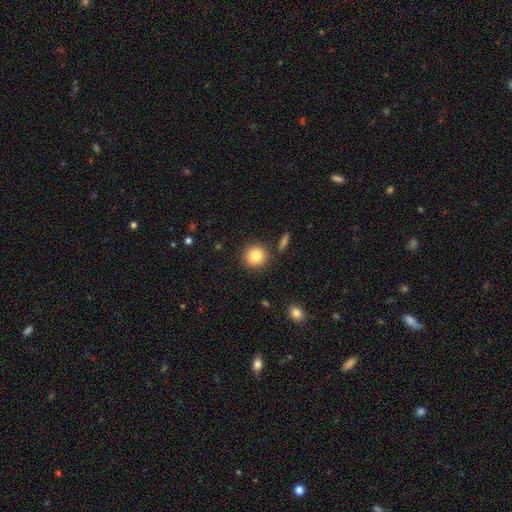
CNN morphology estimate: Smooth or featured? Predicted: smooth (p=0.85). How rounded? Predicted: round (p=0.92). Merging? Predicted: none (p=0.86).